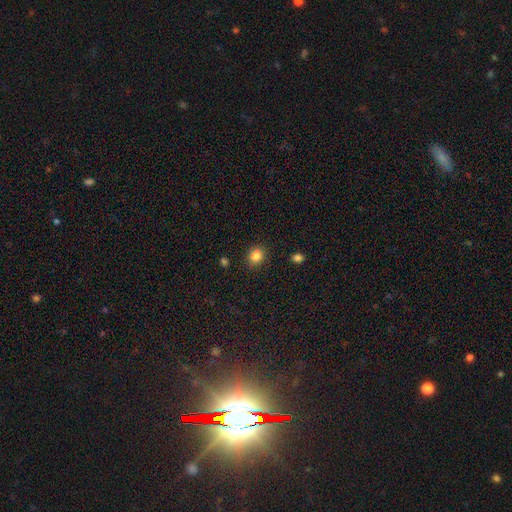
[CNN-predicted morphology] Smooth or featured? smooth (83%)
How rounded? round (71%)
Merging? none (78%)